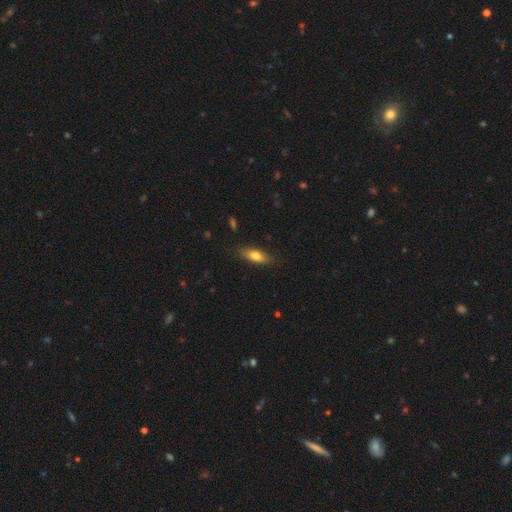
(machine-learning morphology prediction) smooth-or-featured: smooth: 73% | featured or disk: 20% | star or artifact: 7%
  how-rounded: in between: 66% | cigar-shaped: 31% | round: 3%
  merging: none: 83% | minor disturbance: 13% | major disturbance: 3% | merger: 1%